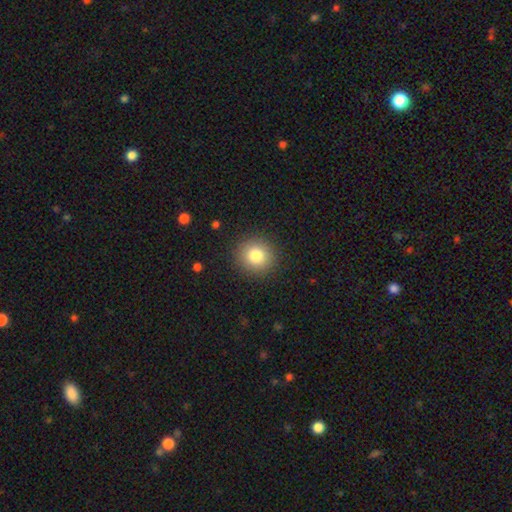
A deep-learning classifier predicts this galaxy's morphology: smooth-or-featured: smooth: 82% | star or artifact: 10% | featured or disk: 8%
  how-rounded: round: 91% | in between: 9% | cigar-shaped: 1%
  merging: none: 90% | minor disturbance: 6% | major disturbance: 2% | merger: 1%